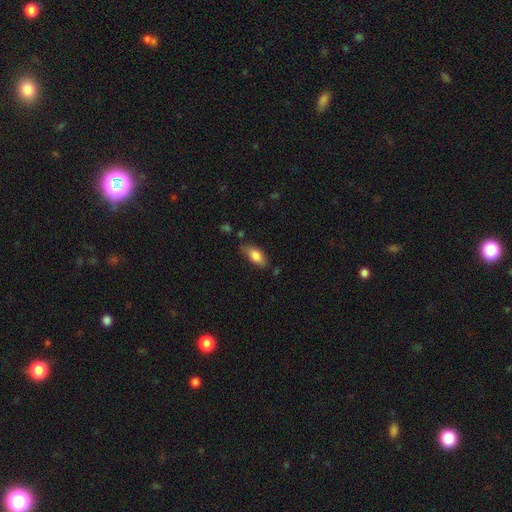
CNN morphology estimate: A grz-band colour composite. It shows a smooth galaxy with no disk features (82%) that is in between round and cigar-shaped (88%). Merging: none (67%).